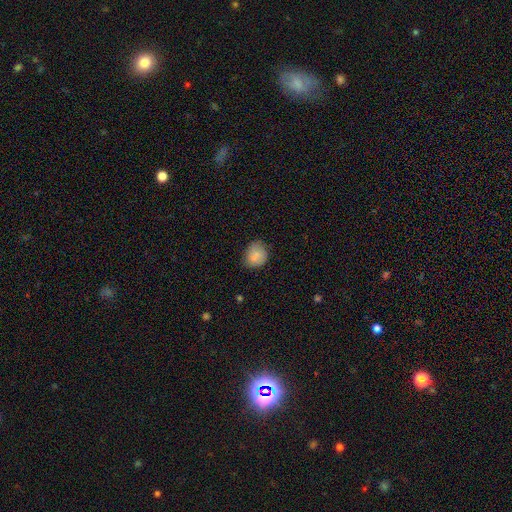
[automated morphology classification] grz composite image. It shows a smooth galaxy with no disk features (78%) that is round (64%). Merging: none (65%).